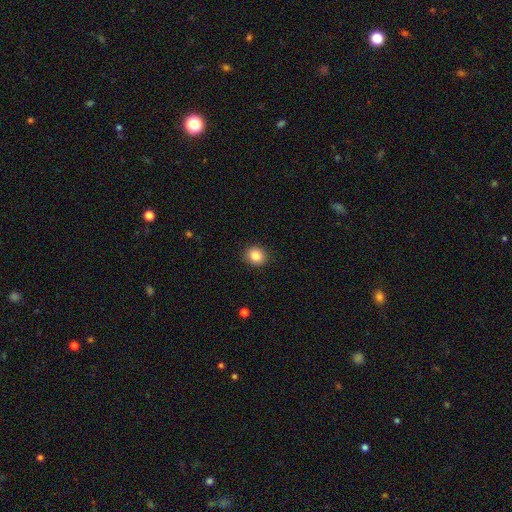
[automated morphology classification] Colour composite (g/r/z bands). It shows a smooth galaxy with no disk features (86%) that is round (80%). Merging: none (90%).